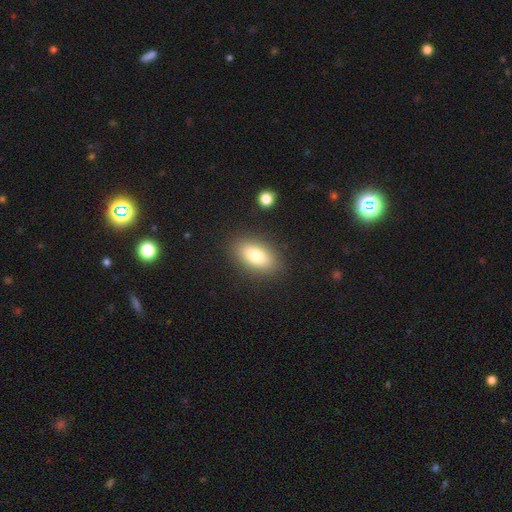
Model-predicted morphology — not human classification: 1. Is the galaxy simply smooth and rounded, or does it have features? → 78% smooth, 13% featured or disk, 8% star or artifact.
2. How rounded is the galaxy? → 89% in between, 6% round, 5% cigar-shaped.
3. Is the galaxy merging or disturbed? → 86% none, 9% minor disturbance, 3% major disturbance, 2% merger.